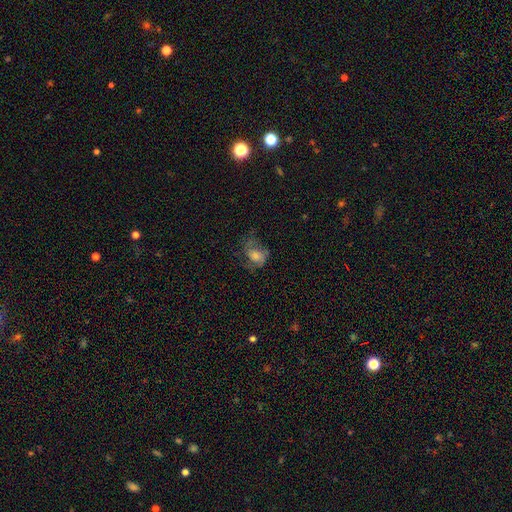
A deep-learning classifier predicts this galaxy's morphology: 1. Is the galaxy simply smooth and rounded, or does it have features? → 47% featured or disk, 40% smooth, 13% star or artifact.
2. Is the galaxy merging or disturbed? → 46% none, 30% major disturbance, 23% minor disturbance, 2% merger.